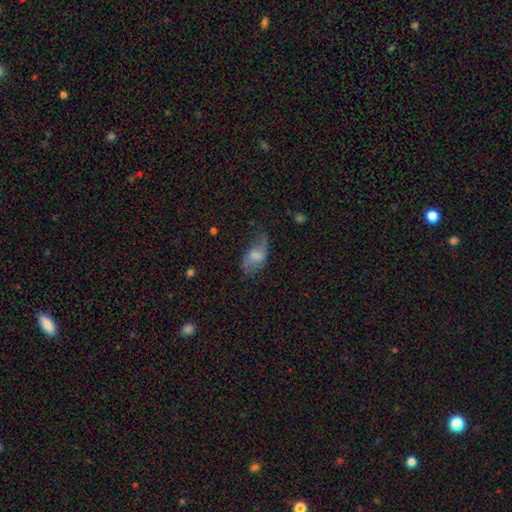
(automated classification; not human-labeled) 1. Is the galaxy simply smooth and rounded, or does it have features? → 49% featured or disk, 42% smooth, 8% star or artifact.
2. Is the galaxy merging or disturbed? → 47% none, 28% minor disturbance, 23% major disturbance, 2% merger.